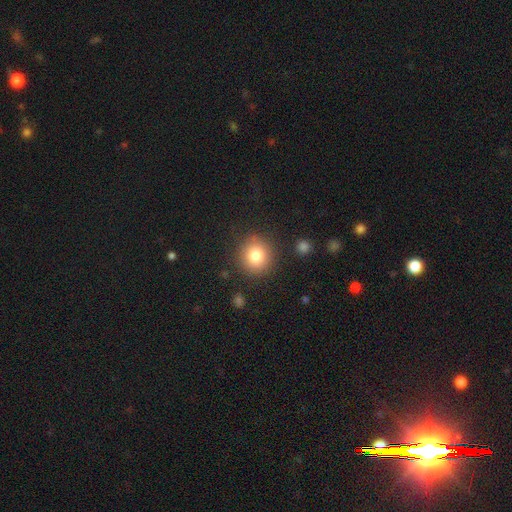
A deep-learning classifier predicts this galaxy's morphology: smooth 81%, star or artifact 11%, featured or disk 9%. Down the decision tree: how rounded — round (88%); merging — none (87%).